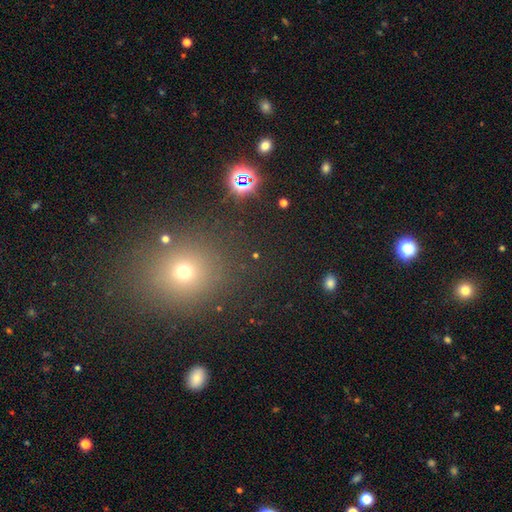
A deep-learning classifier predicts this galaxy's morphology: A star or artifact, not a galaxy (47%).